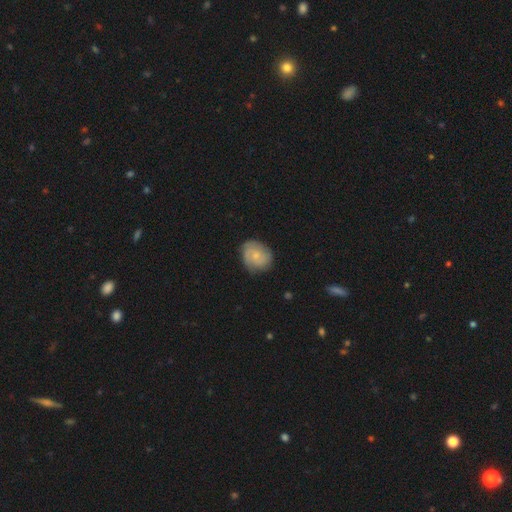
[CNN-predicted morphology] smooth_or_featured: featured or disk (p=0.47) [alt: smooth p=0.46]
merging: none (p=0.73) [alt: minor disturbance p=0.21]